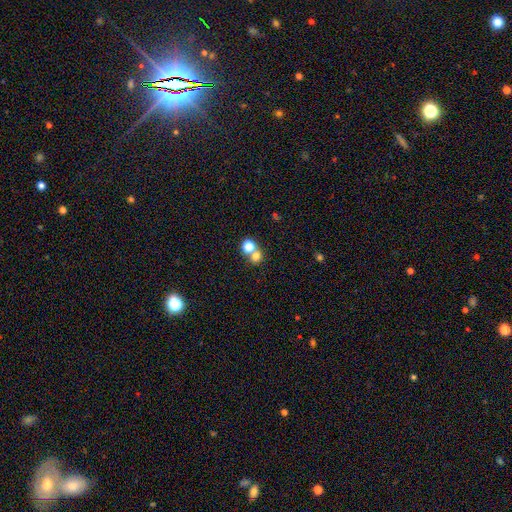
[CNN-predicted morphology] Overall: smooth (74%). How rounded: round (78%). Merging: merger (49%; none 42%).